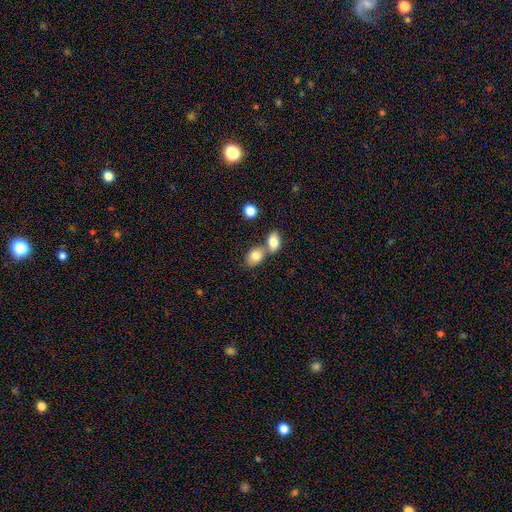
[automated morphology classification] Smooth or featured? Predicted: smooth (p=0.81). How rounded? Predicted: in between (p=0.71). Merging? Predicted: merger (p=0.50).